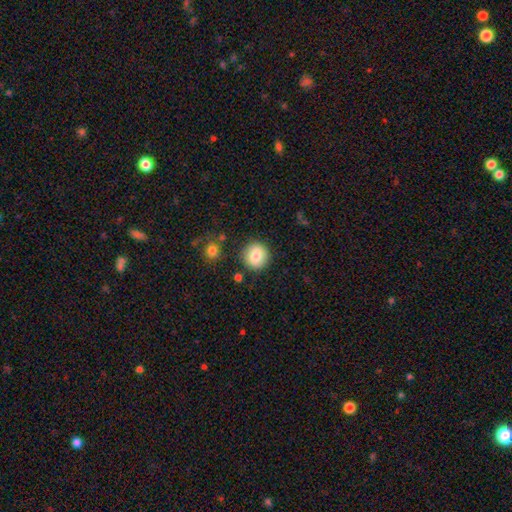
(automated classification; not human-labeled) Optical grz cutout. It shows a smooth galaxy with no disk features (82%) that is round (91%). Merging: none (87%).